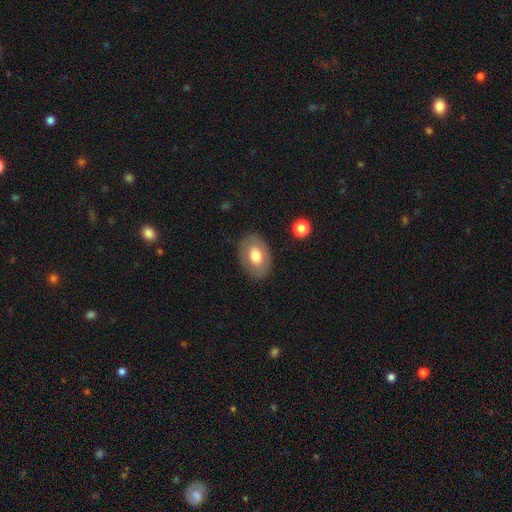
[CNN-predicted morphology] Smooth or featured? smooth (69%)
How rounded? in between (82%)
Merging? none (82%)